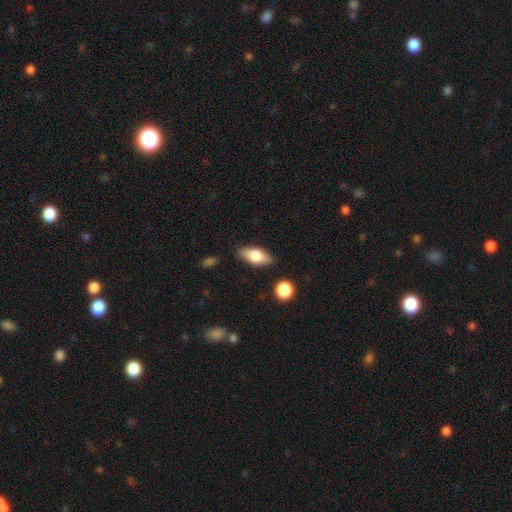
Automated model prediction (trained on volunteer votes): Q: Smooth or featured?
A: smooth (71%); runner-up: featured or disk (22%)
Q: How rounded?
A: in between (83%); runner-up: cigar-shaped (14%)
Q: Merging?
A: none (80%); runner-up: minor disturbance (13%)